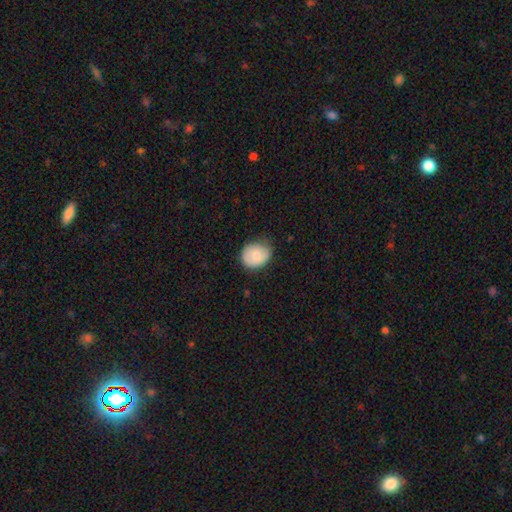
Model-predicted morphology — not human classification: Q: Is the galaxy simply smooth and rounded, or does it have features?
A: smooth — 78%.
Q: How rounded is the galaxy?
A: round — 59%.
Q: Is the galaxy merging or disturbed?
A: none — 69%.